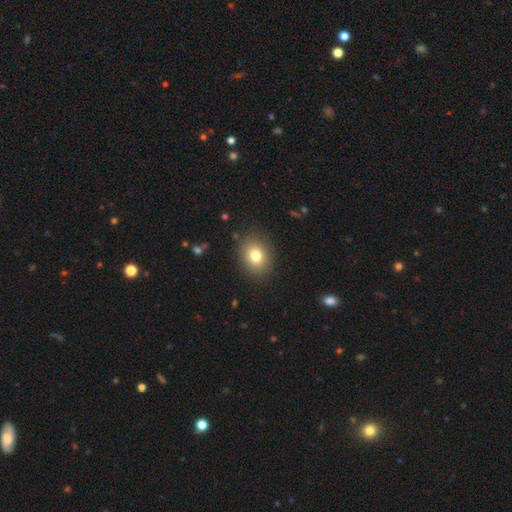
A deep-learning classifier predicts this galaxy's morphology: This appears to be a smooth galaxy with no disk features (79%) that is round (54%). Merging: none (87%).